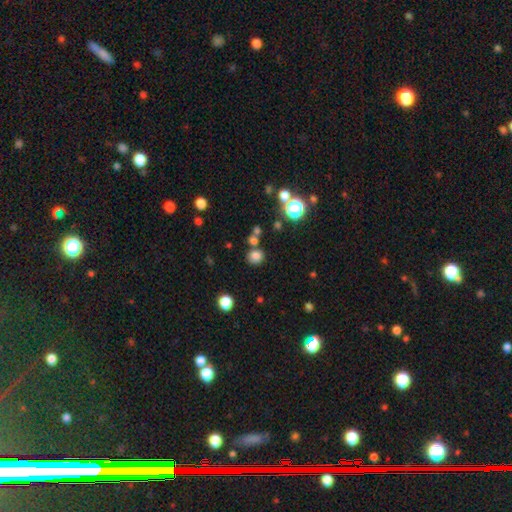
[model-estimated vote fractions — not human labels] A smooth galaxy with no disk features (77%) that is round (82%). Merging: none (74%).